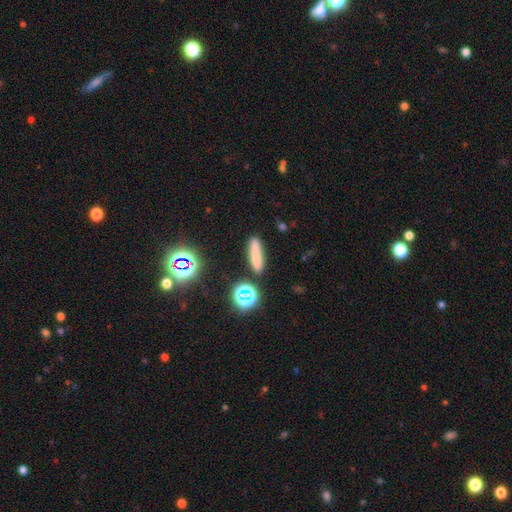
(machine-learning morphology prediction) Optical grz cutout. It shows a smooth galaxy with no disk features (71%) that is cigar-shaped (82%). Merging: none (85%).